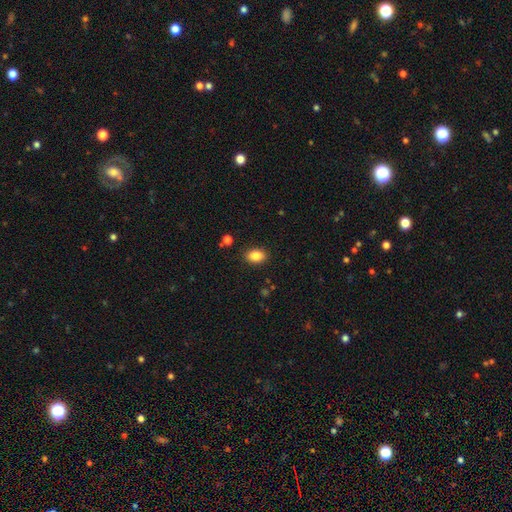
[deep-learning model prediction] This appears to be a smooth galaxy with no disk features (86%) that is in between round and cigar-shaped (83%). Merging: none (87%).